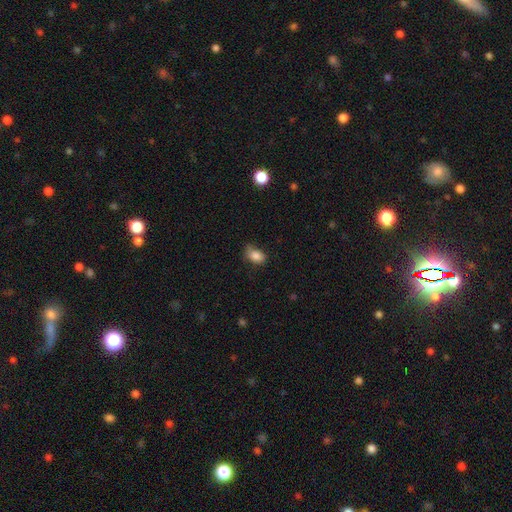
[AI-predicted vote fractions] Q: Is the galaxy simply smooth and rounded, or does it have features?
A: smooth — 85%.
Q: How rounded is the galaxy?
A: in between — 81%.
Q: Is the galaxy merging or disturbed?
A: none — 56%.